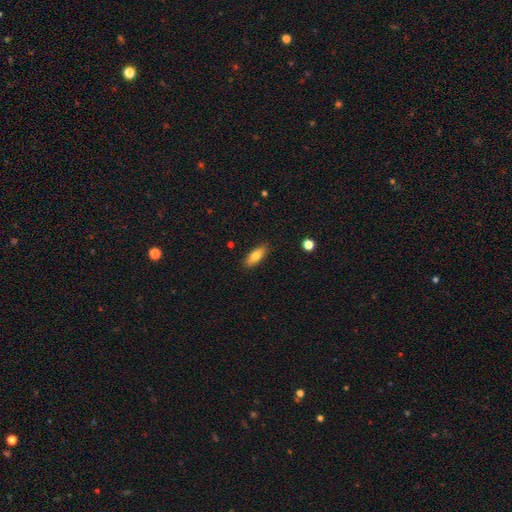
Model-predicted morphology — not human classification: A smooth galaxy with no disk features (74%) that is in between round and cigar-shaped (65%).

Vote fractions:
- Smooth or featured? smooth: 74% / featured or disk: 19% / star or artifact: 7%
- How rounded? in between: 65% / cigar-shaped: 32% / round: 3%
- Merging? none: 87% / minor disturbance: 10% / major disturbance: 2% / merger: 1%